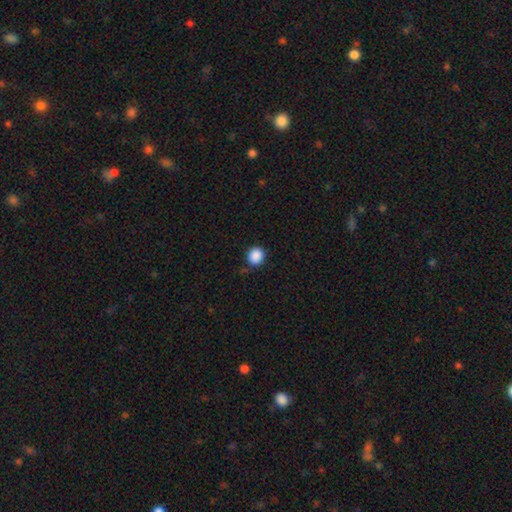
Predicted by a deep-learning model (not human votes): Smooth or featured? Predicted: smooth (p=0.88). How rounded? Predicted: round (p=0.81). Merging? Predicted: none (p=0.81).